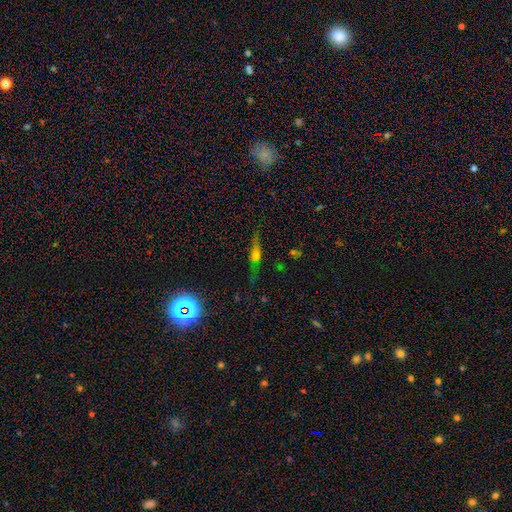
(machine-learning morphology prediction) type=featured or disk (42%); merging=none (73%).